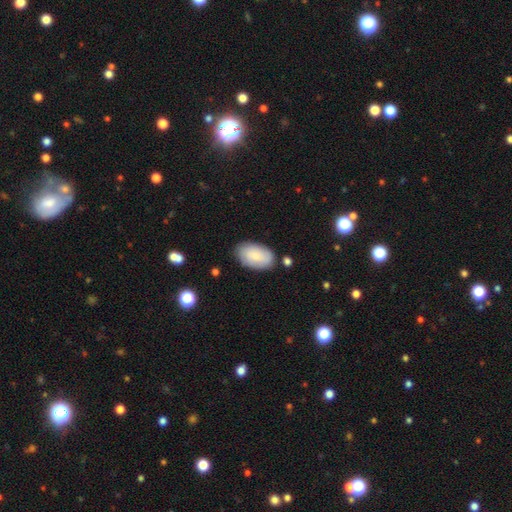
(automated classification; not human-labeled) The model was most divided on "smooth or featured": smooth: 78%, featured or disk: 16%, star or artifact: 6%. More confident: how rounded — in between (94%); merging — none (79%).